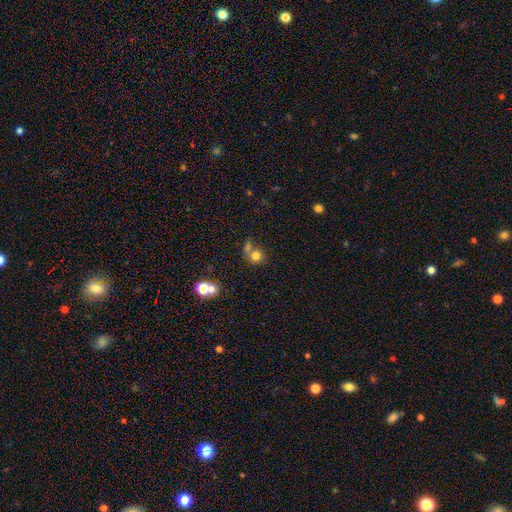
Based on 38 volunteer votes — Smooth or featured? smooth (82%)
How rounded? round (84%)
Merging? merger (43%)